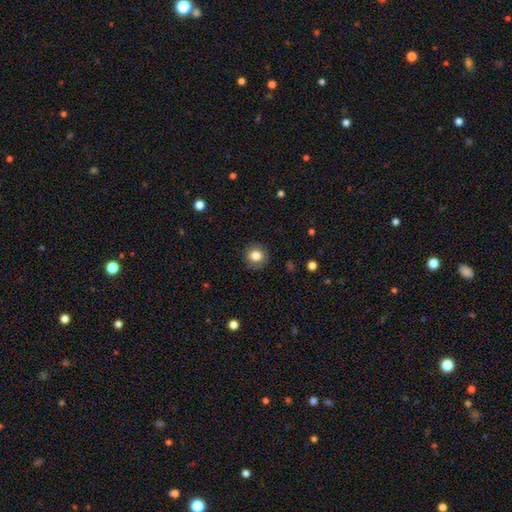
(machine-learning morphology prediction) A smooth galaxy with no disk features (81%) that is round (88%). Merging: none (88%).